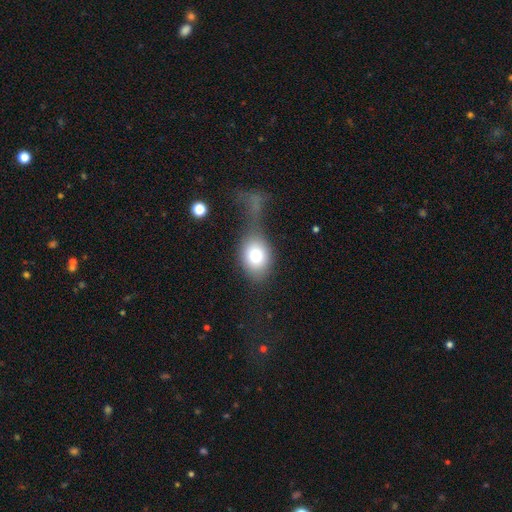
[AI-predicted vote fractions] smooth_or_featured: smooth (p=0.76) [alt: featured or disk p=0.15]
how_rounded: in between (p=0.61) [alt: round p=0.37]
merging: none (p=0.35) [alt: major disturbance p=0.34]